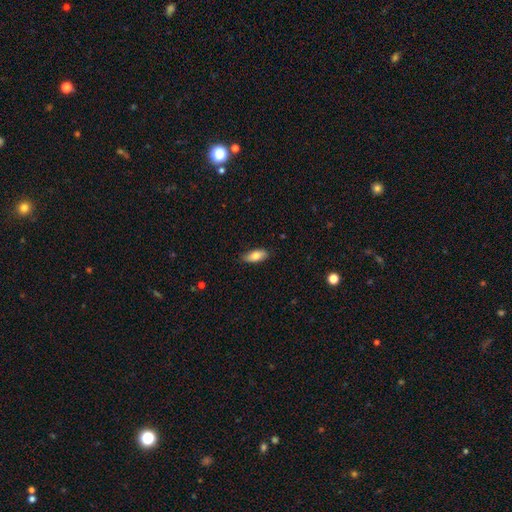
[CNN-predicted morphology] smooth 79%, featured or disk 14%, star or artifact 6%. Down the decision tree: how rounded — in between (85%); merging — none (86%).